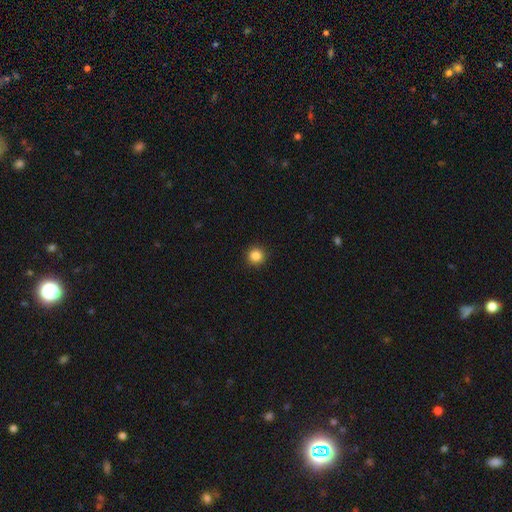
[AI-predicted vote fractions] This is clearly a smooth galaxy (86%). How rounded: clearly round (95%). Merging: clearly none (93%).